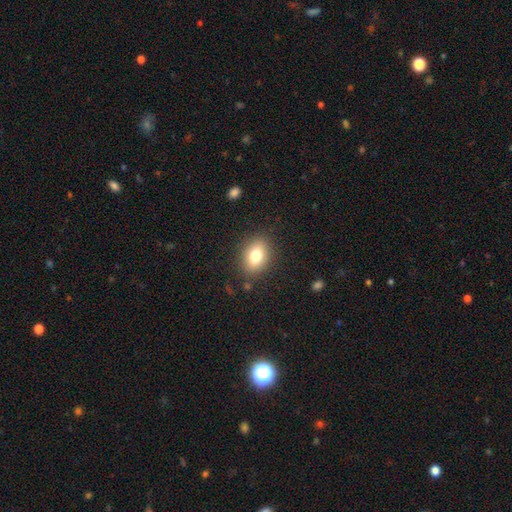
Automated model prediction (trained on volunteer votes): The model was most divided on "how rounded": in between: 74%, round: 24%, cigar-shaped: 2%. More confident: merging — none (85%); smooth or featured — smooth (77%).